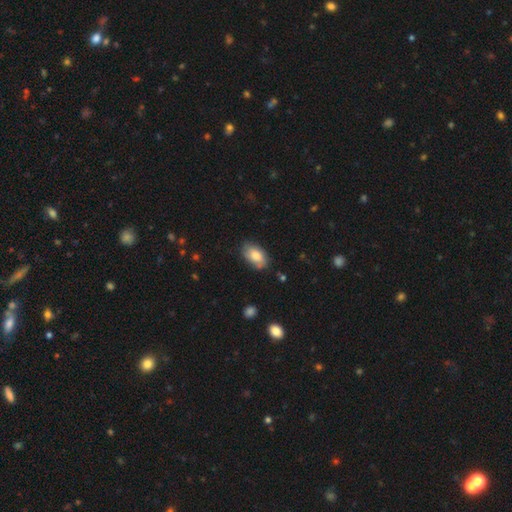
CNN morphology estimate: Smooth or featured? Predicted: smooth (p=0.81). How rounded? Predicted: in between (p=0.93). Merging? Predicted: none (p=0.74).